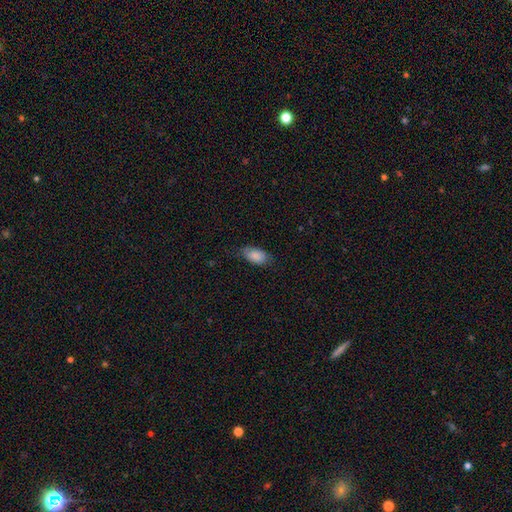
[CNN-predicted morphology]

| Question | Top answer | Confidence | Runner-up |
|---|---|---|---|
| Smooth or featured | smooth | 87% | featured or disk (7%) |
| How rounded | in between | 94% | round (4%) |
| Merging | none | 71% | minor disturbance (22%) |